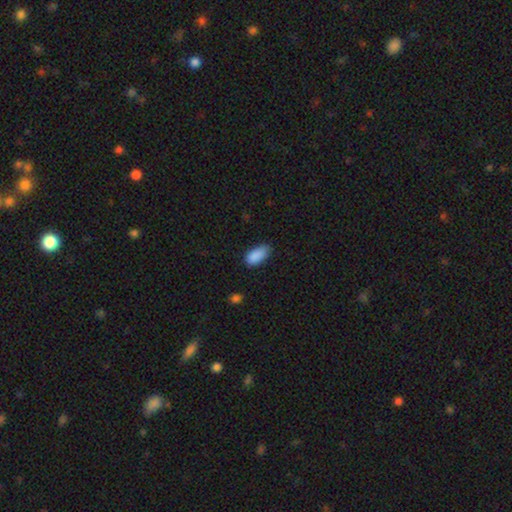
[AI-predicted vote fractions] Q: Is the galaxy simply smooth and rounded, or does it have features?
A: smooth — 88%.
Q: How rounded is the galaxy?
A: in between — 91%.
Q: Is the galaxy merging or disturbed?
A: none — 65%.